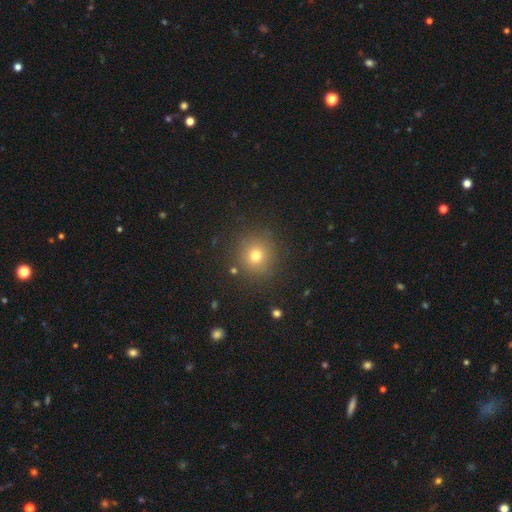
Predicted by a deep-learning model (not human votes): A smooth galaxy with no disk features (74%) that is round (93%).

Vote fractions:
- Smooth or featured? smooth: 74% / star or artifact: 18% / featured or disk: 9%
- How rounded? round: 93% / in between: 6% / cigar-shaped: 1%
- Merging? none: 88% / minor disturbance: 7% / major disturbance: 3% / merger: 2%